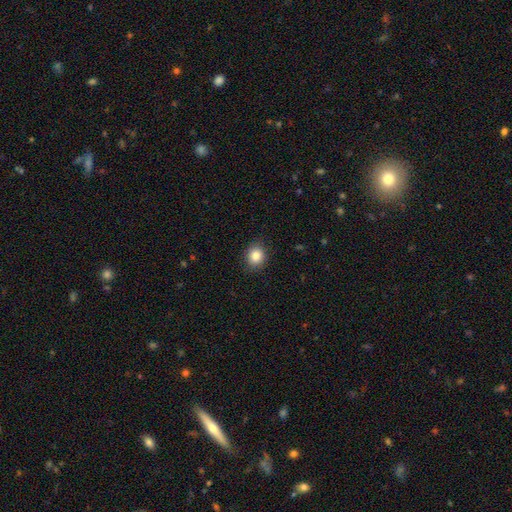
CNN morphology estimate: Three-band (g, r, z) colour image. It shows a smooth galaxy with no disk features (85%) that is round (71%). Merging: none (87%).